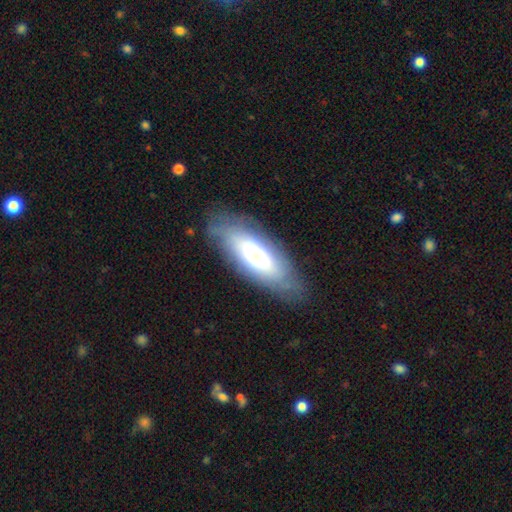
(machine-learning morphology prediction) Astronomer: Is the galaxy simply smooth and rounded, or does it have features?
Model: smooth — 54% (runner-up: featured or disk, 38%).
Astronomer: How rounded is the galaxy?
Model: in between — 70%.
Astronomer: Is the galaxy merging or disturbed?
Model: none — 73%.